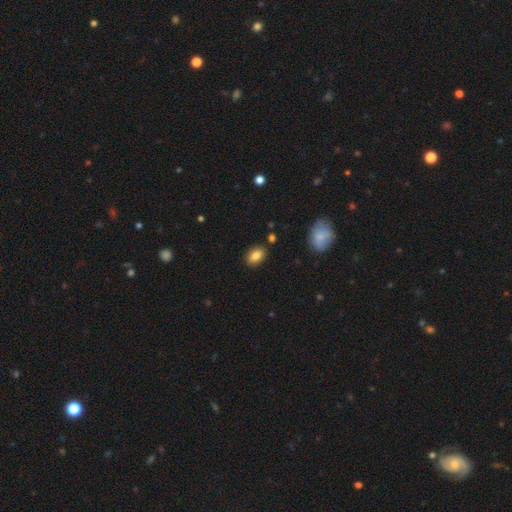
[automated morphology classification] This appears to be a smooth galaxy with no disk features (84%) that is in between round and cigar-shaped (82%). Merging: none (86%).